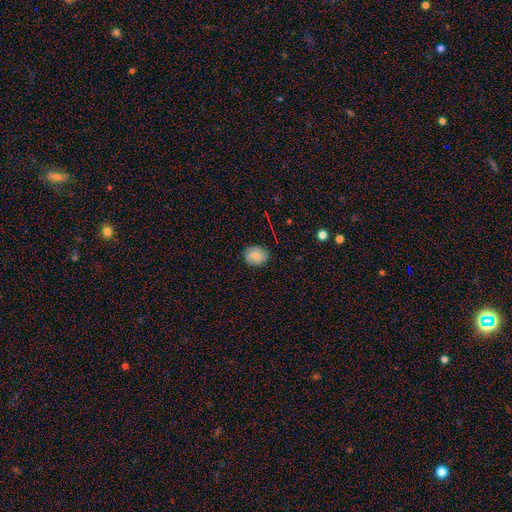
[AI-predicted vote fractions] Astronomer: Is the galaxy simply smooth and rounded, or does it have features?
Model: smooth — 80%.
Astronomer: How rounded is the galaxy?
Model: round — 64%.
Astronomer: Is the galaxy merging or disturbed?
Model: none — 84%.